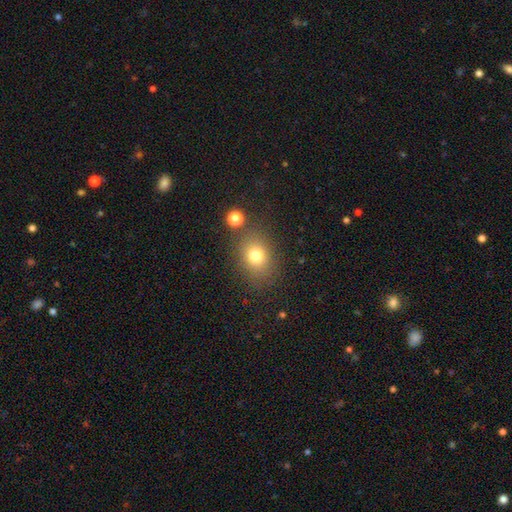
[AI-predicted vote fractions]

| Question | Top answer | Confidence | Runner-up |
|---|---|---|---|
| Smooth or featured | smooth | 76% | star or artifact (14%) |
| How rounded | round | 50% | in between (49%) |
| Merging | none | 78% | minor disturbance (12%) |